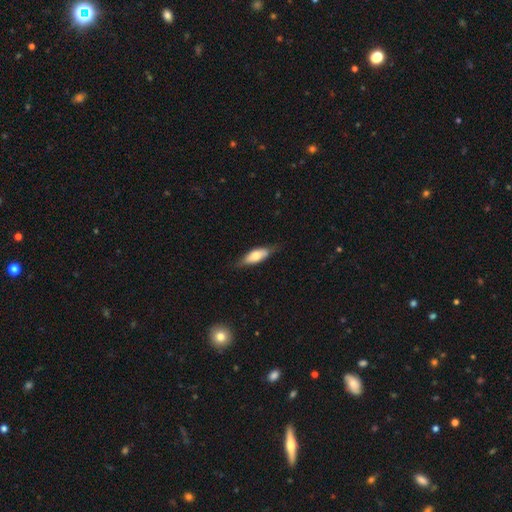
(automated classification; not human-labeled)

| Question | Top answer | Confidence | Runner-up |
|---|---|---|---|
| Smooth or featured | smooth | 63% | featured or disk (31%) |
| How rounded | in between | 65% | cigar-shaped (32%) |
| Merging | none | 72% | minor disturbance (22%) |